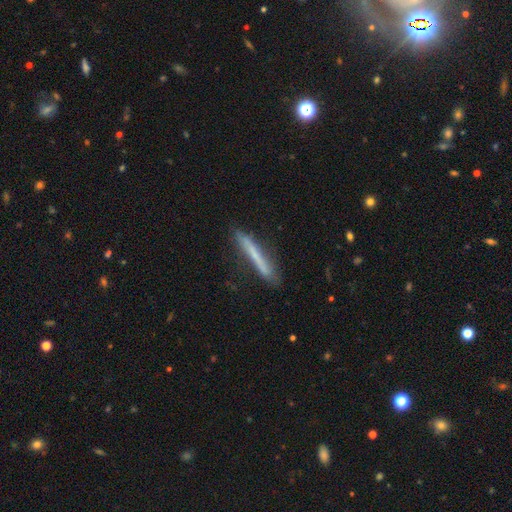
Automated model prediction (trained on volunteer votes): Smooth or featured?
  - smooth: 53% *
  - featured or disk: 40%
  - star or artifact: 7%
How rounded?
  - cigar-shaped: 96% *
  - in between: 2%
  - round: 1%
Merging?
  - none: 81% *
  - minor disturbance: 14%
  - major disturbance: 3%
  - merger: 2%